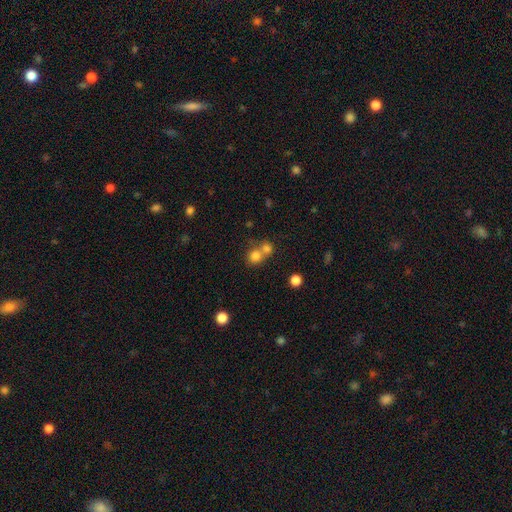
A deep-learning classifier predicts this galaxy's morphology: Smooth or featured? smooth (77%)
How rounded? round (83%)
Merging? merger (50%)